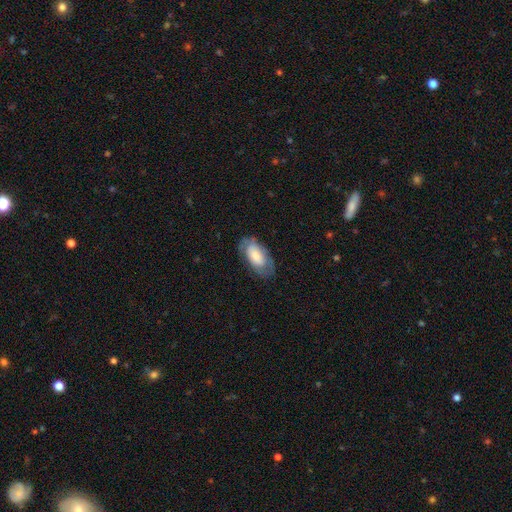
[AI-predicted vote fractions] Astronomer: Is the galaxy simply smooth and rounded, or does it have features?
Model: smooth — 63%.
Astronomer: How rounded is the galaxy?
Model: in between — 93%.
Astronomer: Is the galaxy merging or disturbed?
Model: none — 71%.